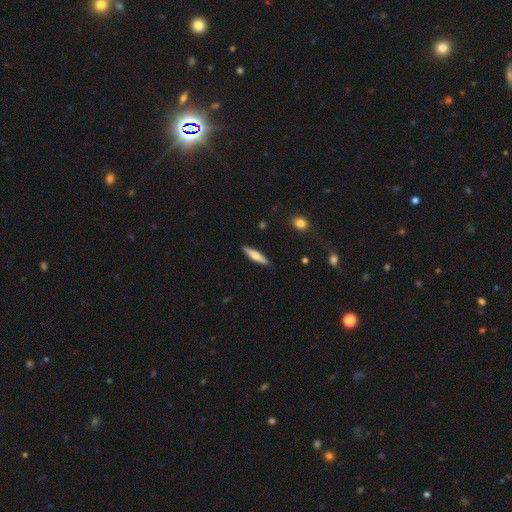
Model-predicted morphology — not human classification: smooth_or_featured: smooth (p=0.65) [alt: featured or disk p=0.29]
how_rounded: cigar-shaped (p=0.76) [alt: in between p=0.22]
merging: none (p=0.88) [alt: minor disturbance p=0.09]